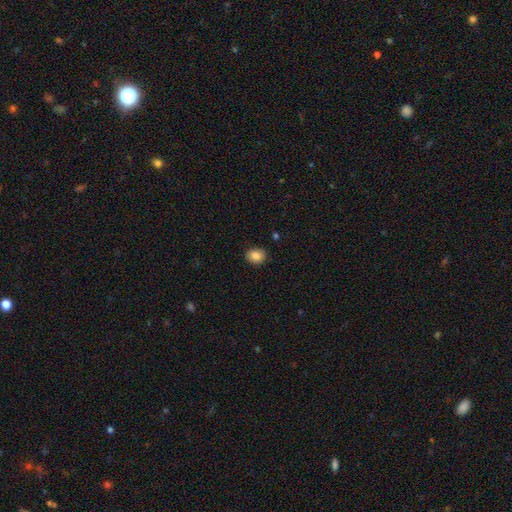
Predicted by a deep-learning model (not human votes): smooth-or-featured: smooth: 86% | star or artifact: 9% | featured or disk: 5%
  how-rounded: round: 53% | in between: 47% | cigar-shaped: 1%
  merging: none: 88% | minor disturbance: 9% | major disturbance: 2% | merger: 1%